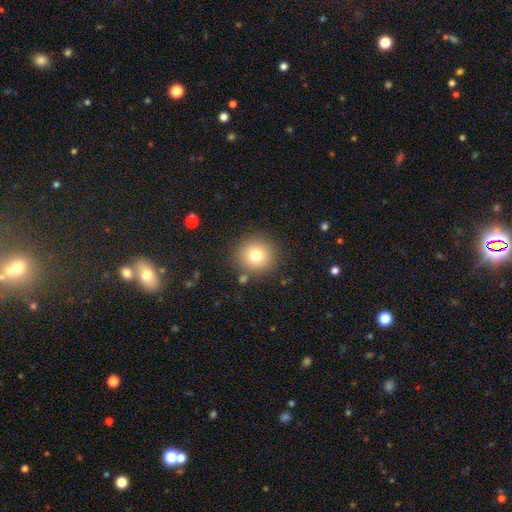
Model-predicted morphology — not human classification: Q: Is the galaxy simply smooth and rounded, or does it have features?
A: smooth — 77%.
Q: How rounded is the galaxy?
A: round — 94%.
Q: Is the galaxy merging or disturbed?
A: none — 86%.